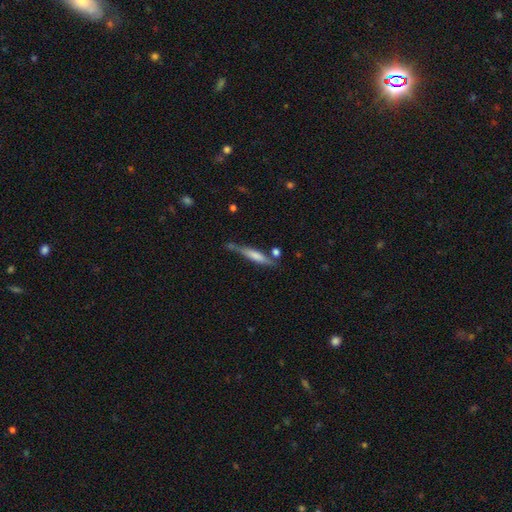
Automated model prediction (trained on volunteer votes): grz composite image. It shows a smooth galaxy with no disk features (55%) that is cigar-shaped (88%). Merging: none (62%).